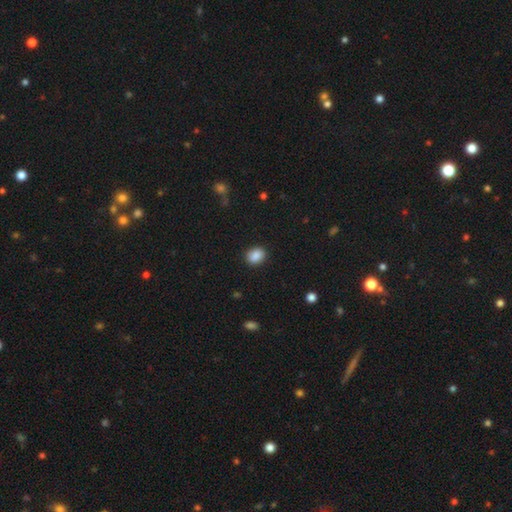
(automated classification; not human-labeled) smooth 89%, star or artifact 8%, featured or disk 3%. Down the decision tree: how rounded — in between (59%); merging — none (88%).